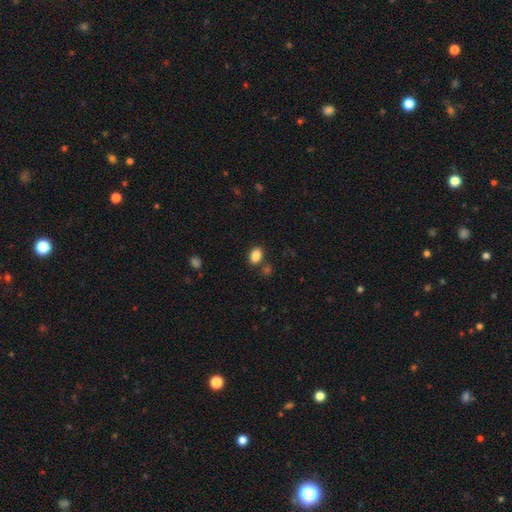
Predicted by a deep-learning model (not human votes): The model was most divided on "how rounded": in between: 80%, round: 18%, cigar-shaped: 1%. More confident: smooth or featured — smooth (86%); merging — none (78%).